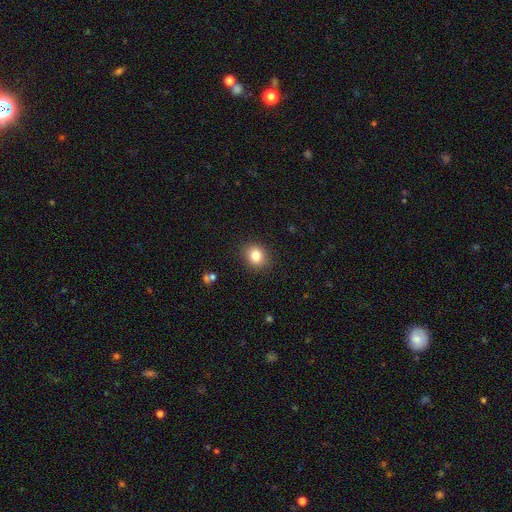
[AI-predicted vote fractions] A smooth galaxy with no disk features (82%) that is round (66%).

Vote fractions:
- Smooth or featured? smooth: 82% / star or artifact: 10% / featured or disk: 7%
- How rounded? round: 66% / in between: 33% / cigar-shaped: 1%
- Merging? none: 89% / minor disturbance: 8% / major disturbance: 2% / merger: 1%